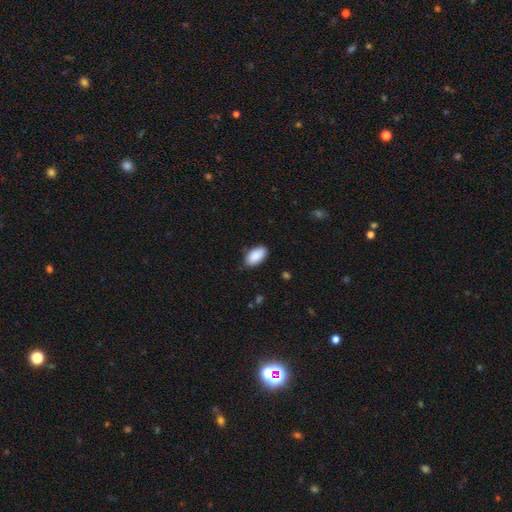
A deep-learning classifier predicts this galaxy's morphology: This appears to be a smooth galaxy with no disk features (90%) that is in between round and cigar-shaped (95%). Merging: none (84%).